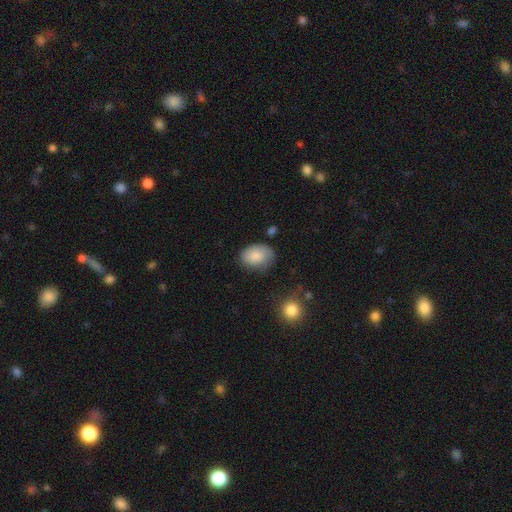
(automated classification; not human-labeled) smooth 84%, featured or disk 10%, star or artifact 7%. Down the decision tree: how rounded — in between (75%); merging — none (67%).